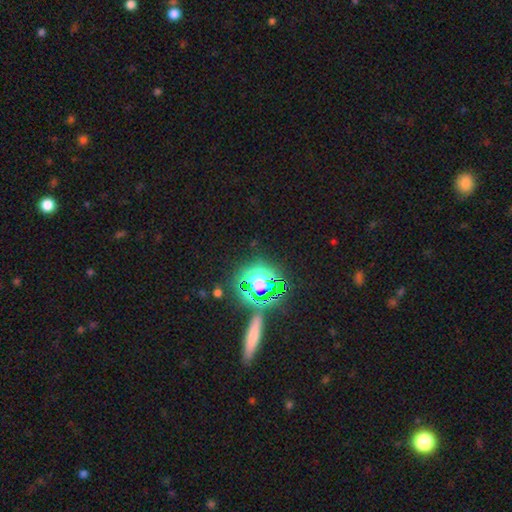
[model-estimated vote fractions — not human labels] Smooth or featured?
  - star or artifact: 72% *
  - smooth: 18%
  - featured or disk: 10%